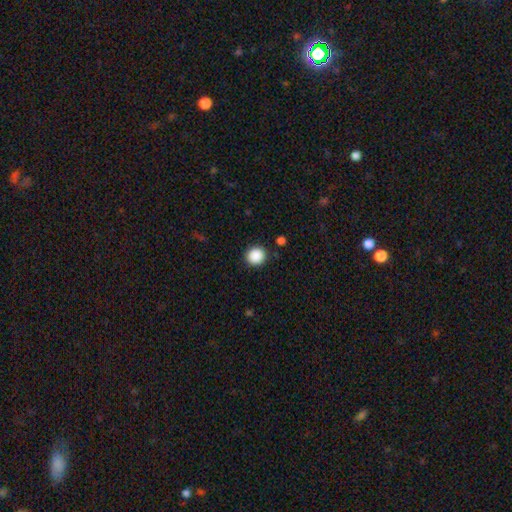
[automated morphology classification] smooth_or_featured: smooth (p=0.89) [alt: star or artifact p=0.09]
how_rounded: round (p=0.89) [alt: in between p=0.10]
merging: none (p=0.90) [alt: minor disturbance p=0.06]